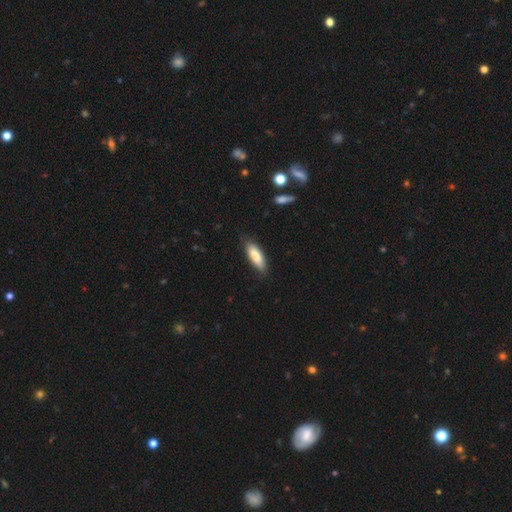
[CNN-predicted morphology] Smooth or featured: smooth — 84% (featured or disk — 10%)
How rounded: in between — 58% (cigar-shaped — 41%)
Merging: none — 81% (minor disturbance — 15%)